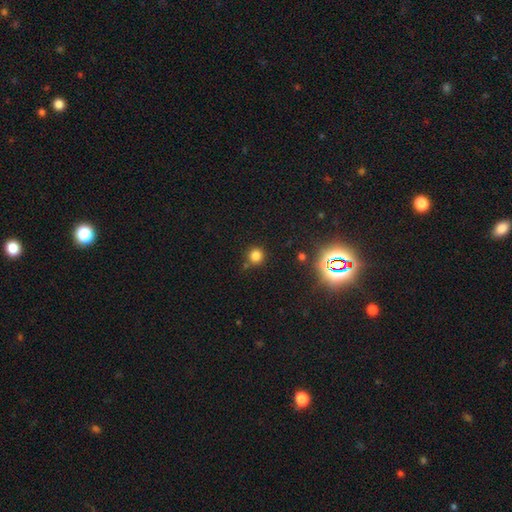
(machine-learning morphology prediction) This is likely a smooth galaxy (78%). How rounded: clearly round (93%). Merging: likely none (78%).